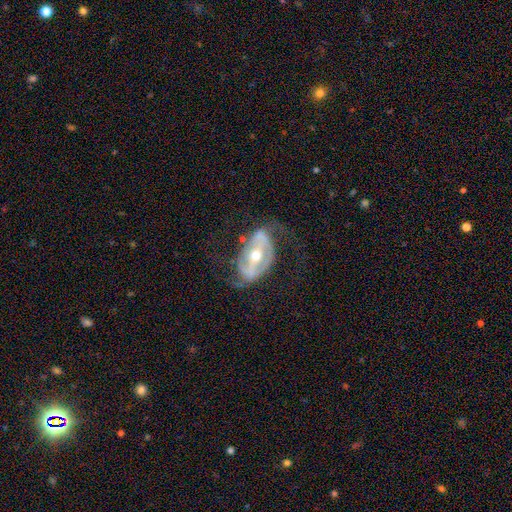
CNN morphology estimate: smooth-or-featured: featured or disk: 83% | smooth: 12% | star or artifact: 5%
  disk-edge-on: no: 93% | yes: 7%
    bar: strong: 58% | weak: 25% | no: 16%
    has-spiral-arms: yes: 75% | no: 25%
      spiral-winding: medium: 41% | loose: 37% | tight: 22%
      spiral-arm-count: 2: 79% | can't tell: 12% | 1: 5% | 3: 2% | 4: 1% | more than 4: 1%
    bulge-size: moderate: 61% | small: 35% | large: 3% | dominant: 1% | none: 1%
  merging: none: 54% | major disturbance: 24% | minor disturbance: 20% | merger: 2%